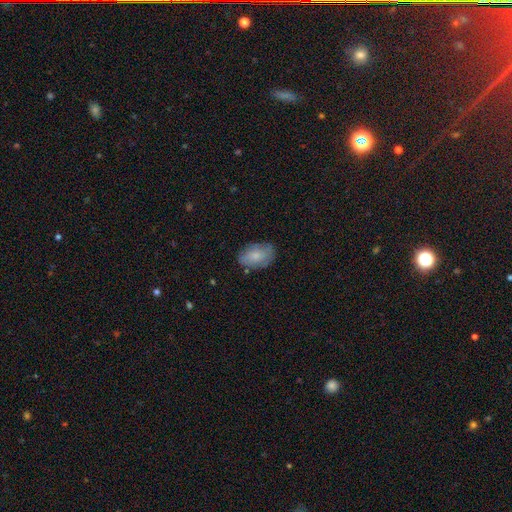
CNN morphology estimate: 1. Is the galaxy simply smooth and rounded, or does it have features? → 75% smooth, 19% featured or disk, 7% star or artifact.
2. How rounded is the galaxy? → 88% in between, 10% round, 1% cigar-shaped.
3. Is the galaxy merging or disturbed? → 73% none, 21% minor disturbance, 5% major disturbance, 2% merger.